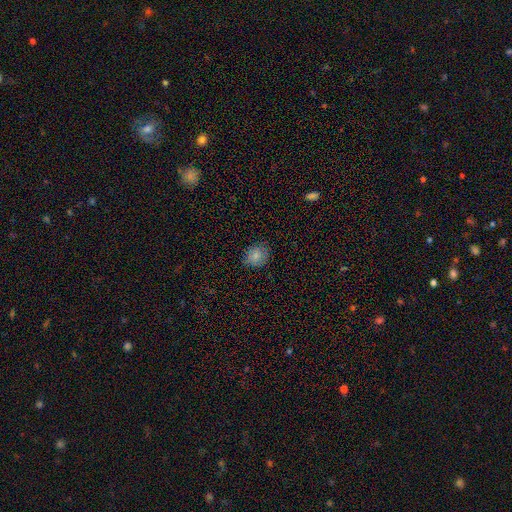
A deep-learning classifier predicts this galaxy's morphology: A smooth galaxy with no disk features (83%) that is round (63%). Merging: none (81%).